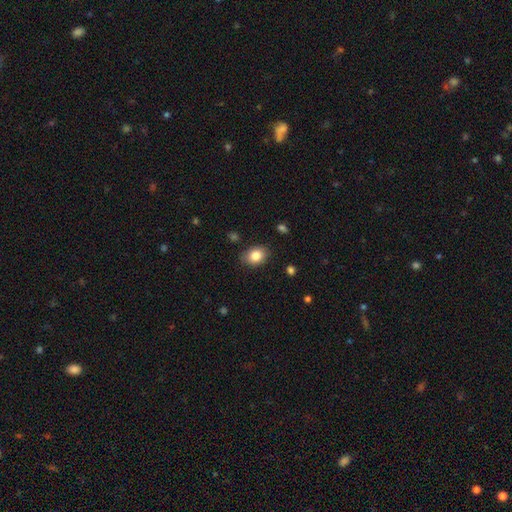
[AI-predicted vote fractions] smooth 84%, star or artifact 9%, featured or disk 8%. Down the decision tree: how rounded — in between (70%); merging — none (84%).